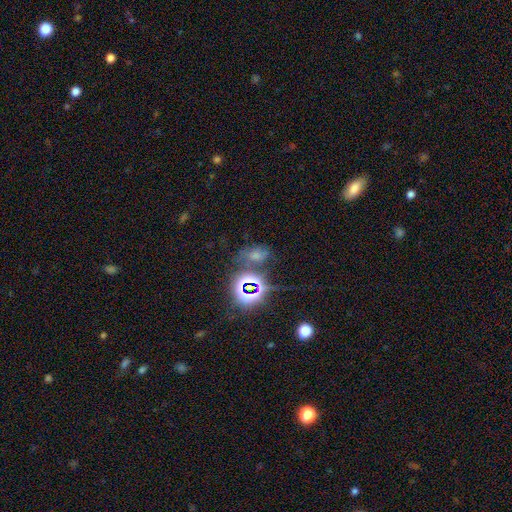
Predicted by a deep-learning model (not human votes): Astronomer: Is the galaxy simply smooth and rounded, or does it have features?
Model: star or artifact — 45% (runner-up: smooth, 42%).